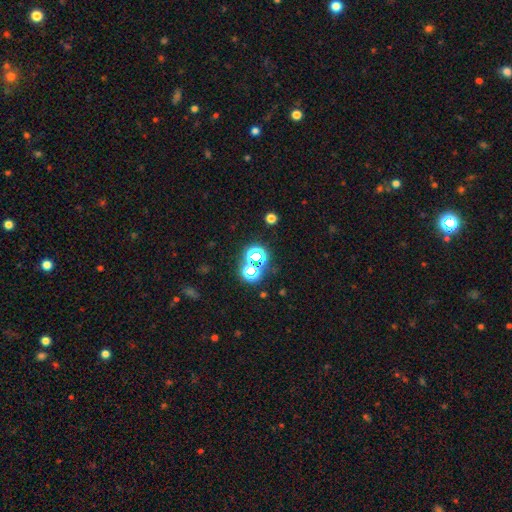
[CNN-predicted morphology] Q: Smooth or featured?
A: star or artifact (57%); runner-up: smooth (35%)